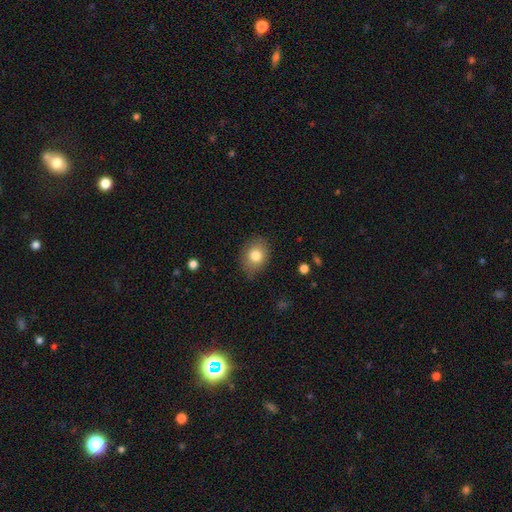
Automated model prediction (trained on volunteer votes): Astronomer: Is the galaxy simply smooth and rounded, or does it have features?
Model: smooth — 79%.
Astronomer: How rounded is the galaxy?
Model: in between — 60% (runner-up: round, 39%).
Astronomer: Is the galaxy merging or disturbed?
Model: none — 77%.